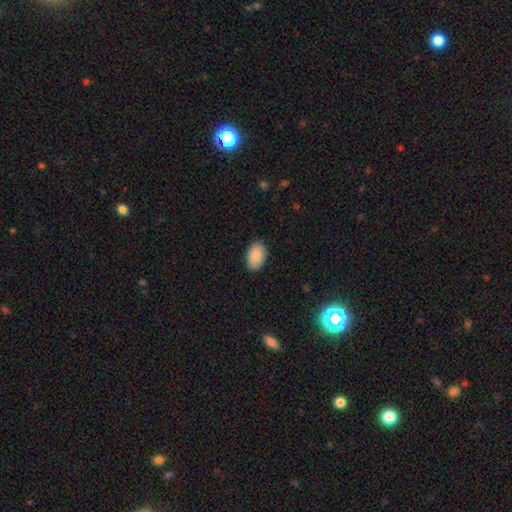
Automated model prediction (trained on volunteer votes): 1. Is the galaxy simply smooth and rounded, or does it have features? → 90% smooth, 6% star or artifact, 4% featured or disk.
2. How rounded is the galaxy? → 91% in between, 8% round, 1% cigar-shaped.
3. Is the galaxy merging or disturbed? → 88% none, 9% minor disturbance, 2% major disturbance, 1% merger.